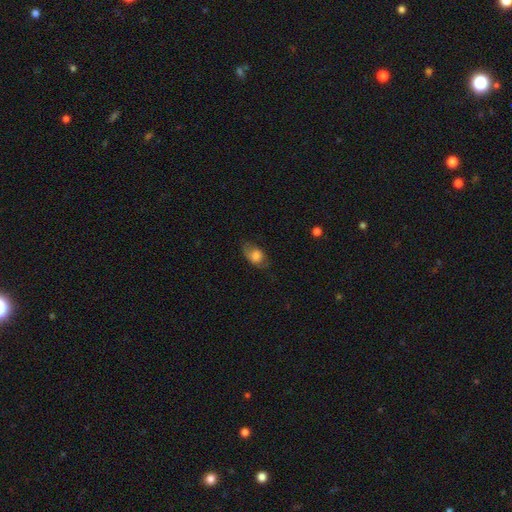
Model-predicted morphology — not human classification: Overall: smooth (72%). How rounded: in between (84%). Merging: none (66%).